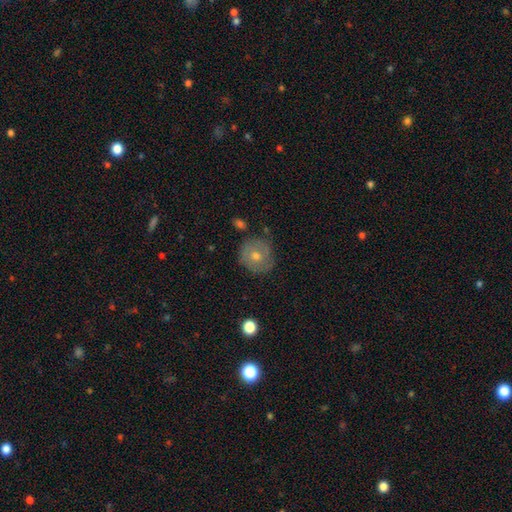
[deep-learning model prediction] Smooth or featured: featured or disk — 46% (smooth — 41%)
Merging: none — 81% (minor disturbance — 14%)